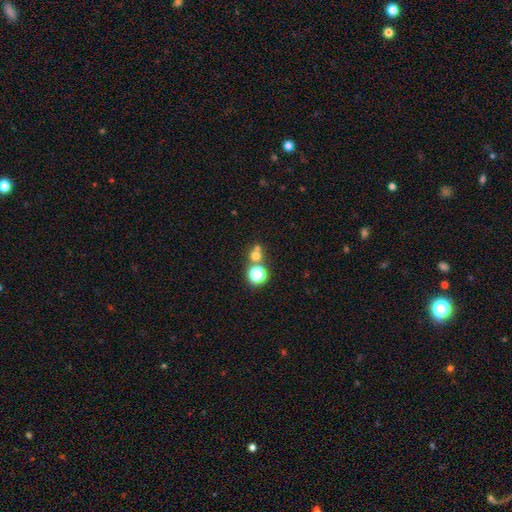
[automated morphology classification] Overall: smooth (61%; star or artifact 28%). How rounded: round (87%). Merging: none (55%; merger 36%).